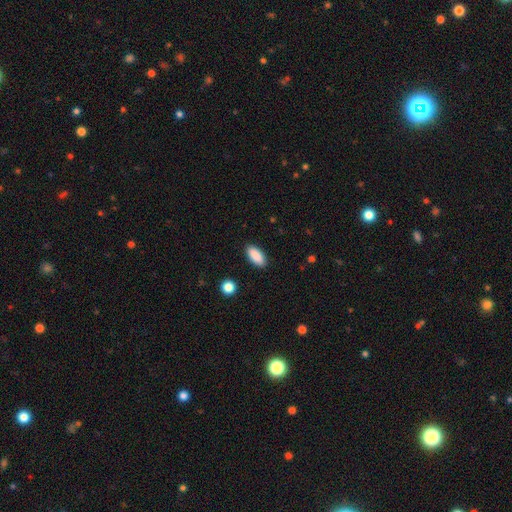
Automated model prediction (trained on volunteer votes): This is clearly a smooth galaxy (90%). How rounded: clearly in between (87%). Merging: clearly none (90%).